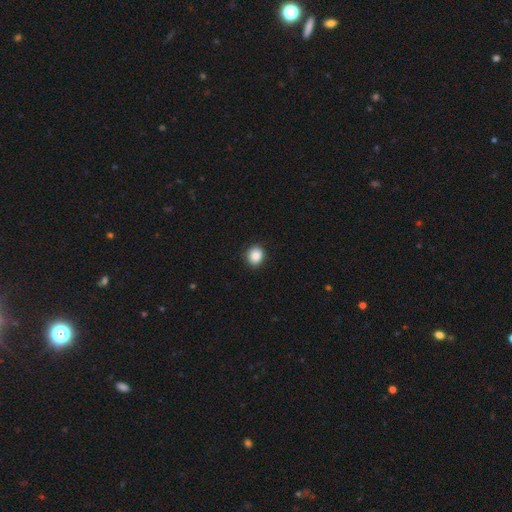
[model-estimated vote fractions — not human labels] Smooth or featured: smooth — 89% (star or artifact — 8%)
How rounded: round — 71% (in between — 28%)
Merging: none — 88% (minor disturbance — 9%)